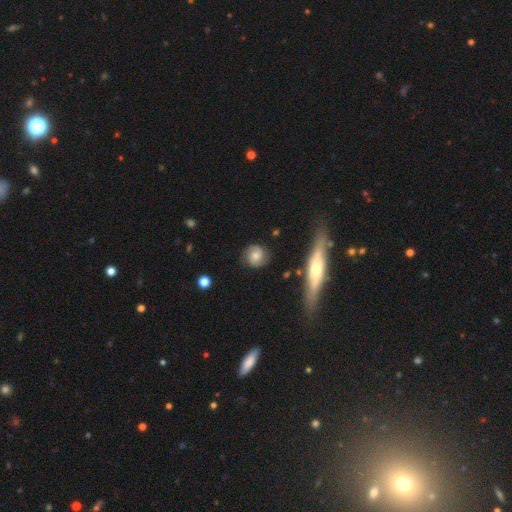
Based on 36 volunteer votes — Smooth or featured? 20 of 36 (56%) said featured or disk. Edge-on disk? 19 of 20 (95%) said no. Bar? 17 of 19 (89%) said no. Spiral arms? 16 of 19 (84%) said yes. Spiral winding? 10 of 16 (62%) said medium. Spiral arm count? 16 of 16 (100%) said 2. Bulge size? 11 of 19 (58%) said moderate. Merging? 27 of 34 (79%) said none.